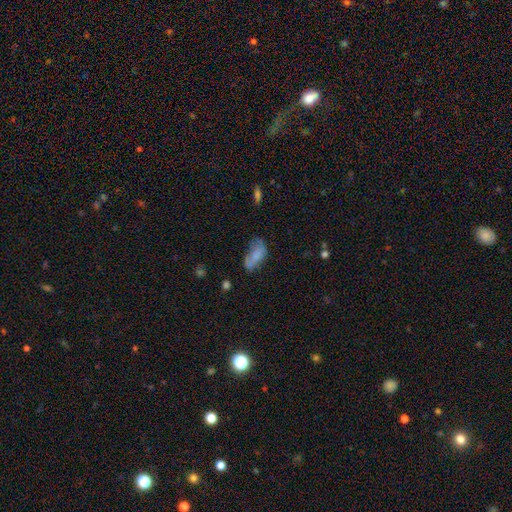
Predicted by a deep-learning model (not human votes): A smooth galaxy with no disk features (71%) that is in between round and cigar-shaped (84%). Merging: none (40%).